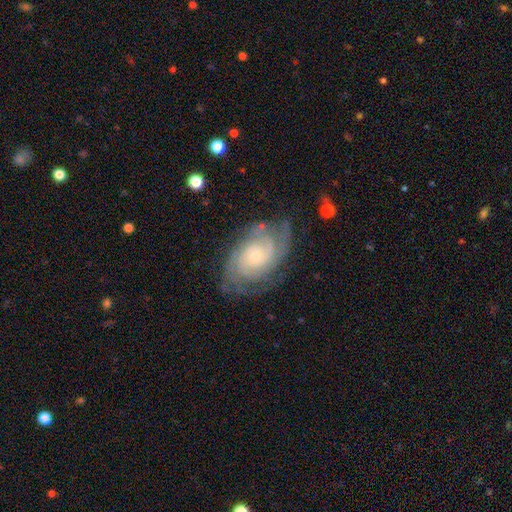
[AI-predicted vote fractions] Smooth or featured? Predicted: featured or disk (p=0.85). Edge-on disk? Predicted: no (p=0.96). Bar? Predicted: no (p=0.74). Spiral arms? Predicted: yes (p=0.96). Spiral winding? Predicted: tight (p=0.68). Spiral arm count? Predicted: 2 (p=0.31). Bulge size? Predicted: small (p=0.76). Merging? Predicted: none (p=0.73).